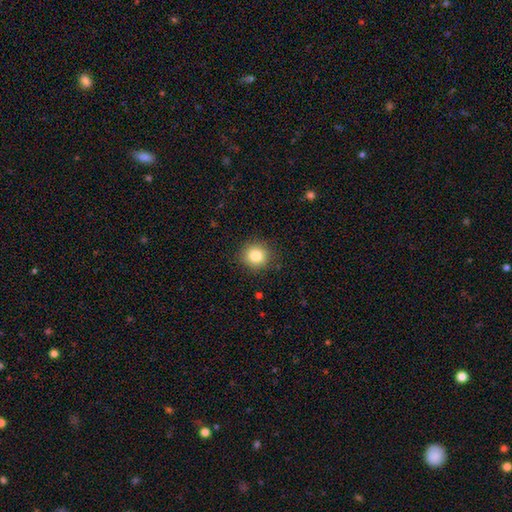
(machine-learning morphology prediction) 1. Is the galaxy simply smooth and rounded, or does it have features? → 83% smooth, 10% star or artifact, 6% featured or disk.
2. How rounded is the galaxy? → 90% round, 9% in between, 1% cigar-shaped.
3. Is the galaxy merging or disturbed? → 89% none, 8% minor disturbance, 2% major disturbance, 1% merger.